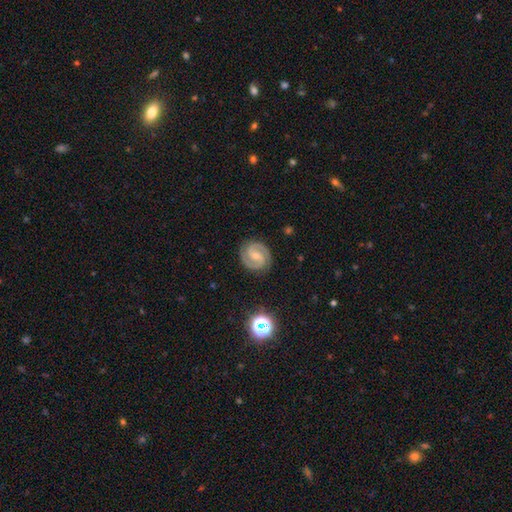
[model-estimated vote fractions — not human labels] Smooth or featured? featured or disk (91%)
Edge-on disk? no (98%)
Bar? weak (47%)
Spiral arms? yes (98%)
Spiral winding? tight (49%)
Spiral arm count? 2 (94%)
Bulge size? small (56%)
Merging? none (87%)